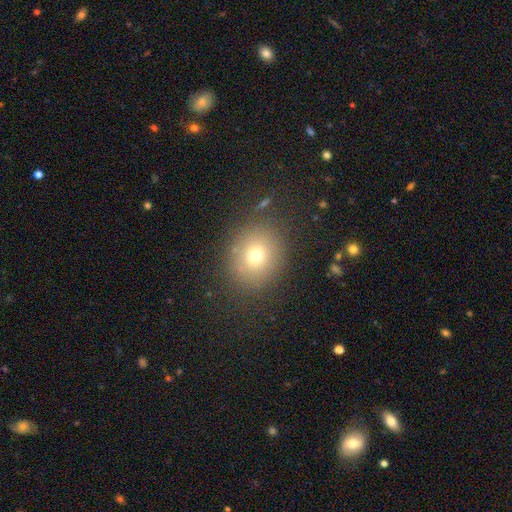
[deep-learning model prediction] smooth_or_featured: smooth (p=0.71) [alt: star or artifact p=0.16]
how_rounded: round (p=0.71) [alt: in between p=0.28]
merging: none (p=0.84) [alt: minor disturbance p=0.10]